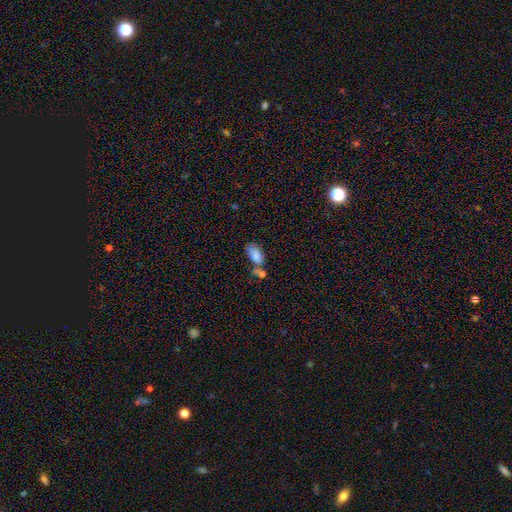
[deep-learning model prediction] Smooth or featured?
  - smooth: 79% *
  - featured or disk: 12%
  - star or artifact: 9%
How rounded?
  - in between: 91% *
  - round: 5%
  - cigar-shaped: 4%
Merging?
  - merger: 40% *
  - none: 32%
  - minor disturbance: 18%
  - major disturbance: 10%